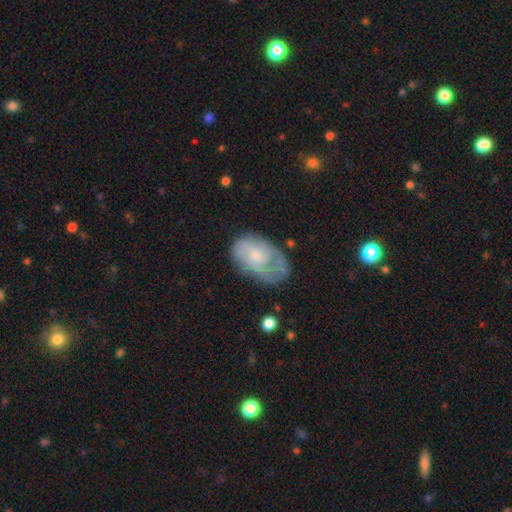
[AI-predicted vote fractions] Overall: featured or disk (55%; smooth 38%). Edge-on disk: no (96%). Bar: no (67%; weak 29%). Spiral arms: yes (73%). Bulge size: small (52%; moderate 31%). Merging: none (53%; minor disturbance 28%).